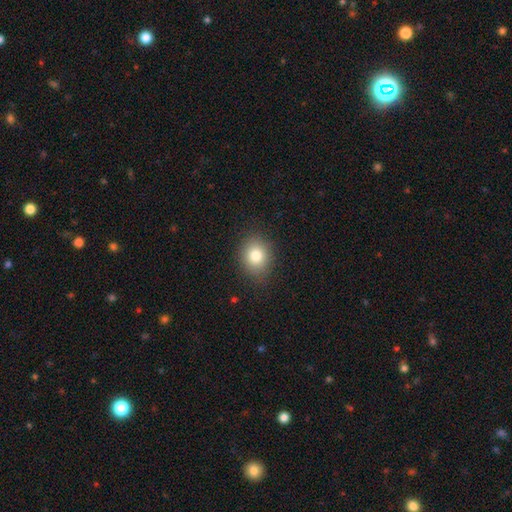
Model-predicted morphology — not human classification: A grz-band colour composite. It shows a smooth galaxy with no disk features (81%) that is round (58%). Merging: none (86%).